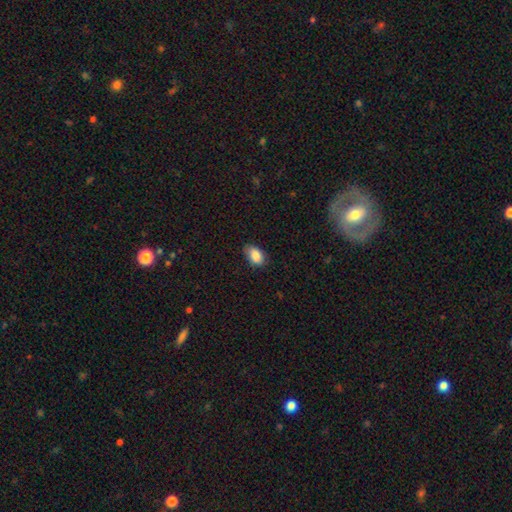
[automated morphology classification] The model was most divided on "merging": none: 75%, minor disturbance: 20%, major disturbance: 3%, merger: 1%. More confident: how rounded — in between (91%); smooth or featured — smooth (88%).